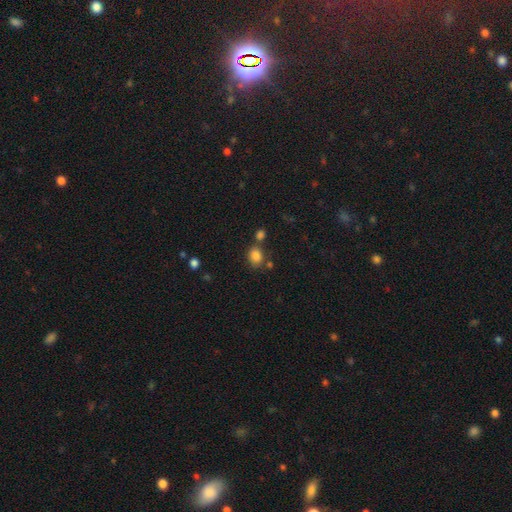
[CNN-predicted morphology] smooth-or-featured: smooth: 84% | star or artifact: 11% | featured or disk: 6%
  how-rounded: in between: 50% | round: 49% | cigar-shaped: 1%
  merging: none: 63% | merger: 19% | minor disturbance: 13% | major disturbance: 5%